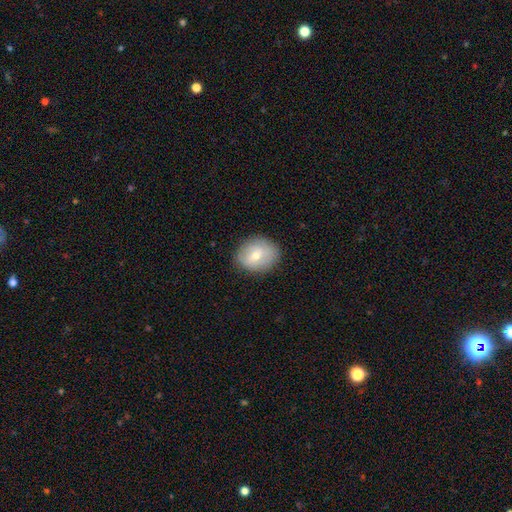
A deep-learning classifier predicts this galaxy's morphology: A smooth galaxy with no disk features (55%) that is round (57%).

Vote fractions:
- Smooth or featured? smooth: 55% / featured or disk: 36% / star or artifact: 8%
- How rounded? round: 57% / in between: 42% / cigar-shaped: 1%
- Merging? none: 83% / minor disturbance: 13% / major disturbance: 3% / merger: 1%